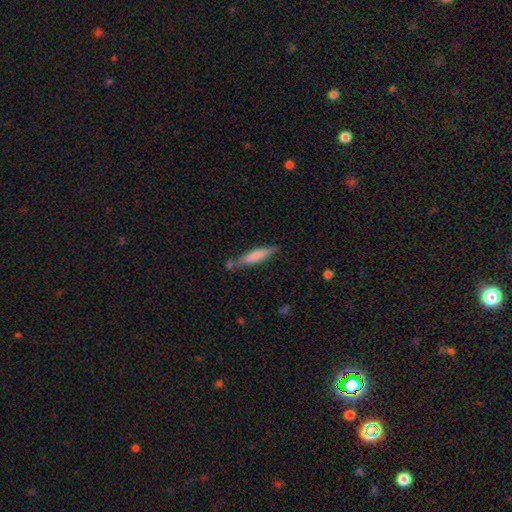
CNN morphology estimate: Overall: smooth (61%; featured or disk 33%). How rounded: cigar-shaped (86%). Merging: none (70%).